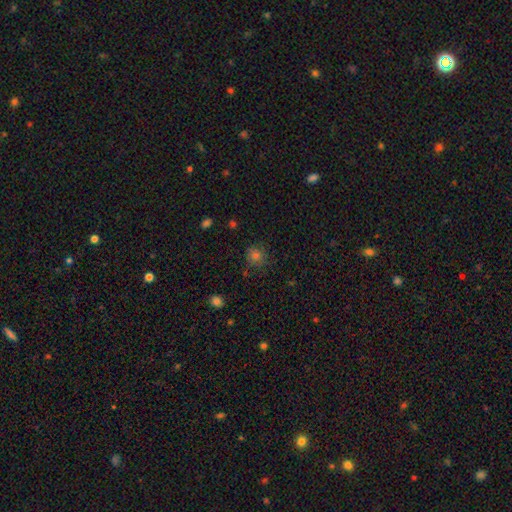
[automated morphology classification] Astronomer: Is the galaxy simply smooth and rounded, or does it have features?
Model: smooth — 75%.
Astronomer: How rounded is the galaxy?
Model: round — 87%.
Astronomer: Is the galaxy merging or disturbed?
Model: none — 82%.